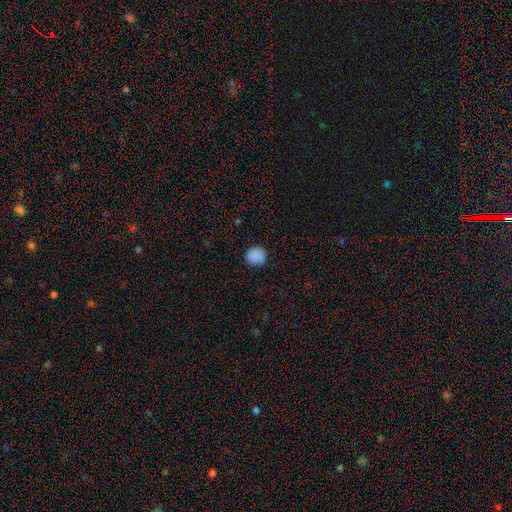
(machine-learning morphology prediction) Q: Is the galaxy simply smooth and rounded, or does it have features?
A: smooth — 88%.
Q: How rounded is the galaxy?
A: round — 84%.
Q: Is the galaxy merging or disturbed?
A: none — 86%.